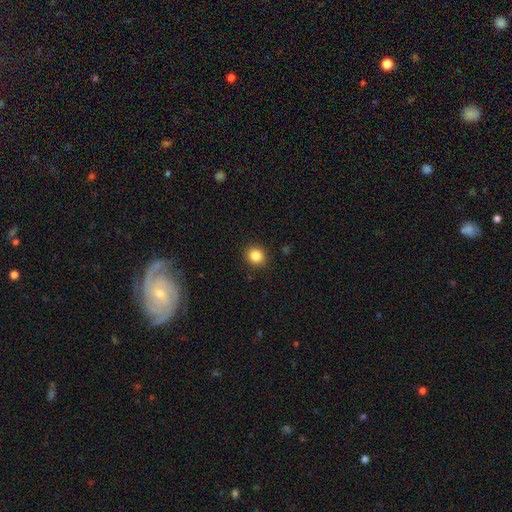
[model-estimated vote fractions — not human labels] smooth_or_featured: smooth (p=0.85) [alt: star or artifact p=0.11]
how_rounded: round (p=0.85) [alt: in between p=0.14]
merging: none (p=0.91) [alt: minor disturbance p=0.06]